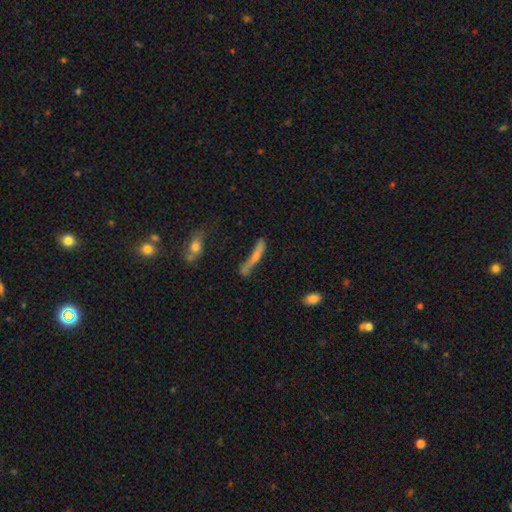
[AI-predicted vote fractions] Morphology: type=smooth (48%); merging=none (52%).